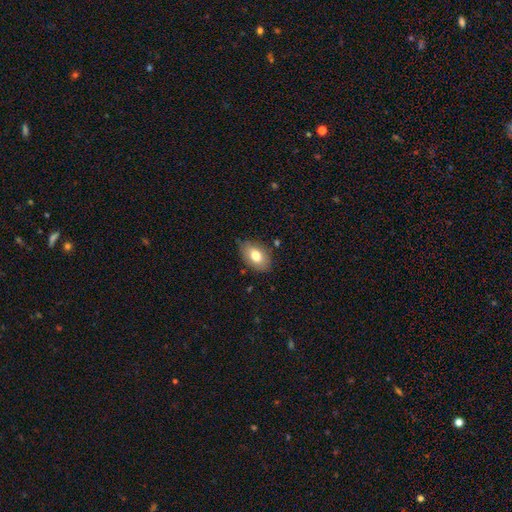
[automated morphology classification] smooth 76%, featured or disk 16%, star or artifact 7%. Down the decision tree: how rounded — in between (89%); merging — none (76%).